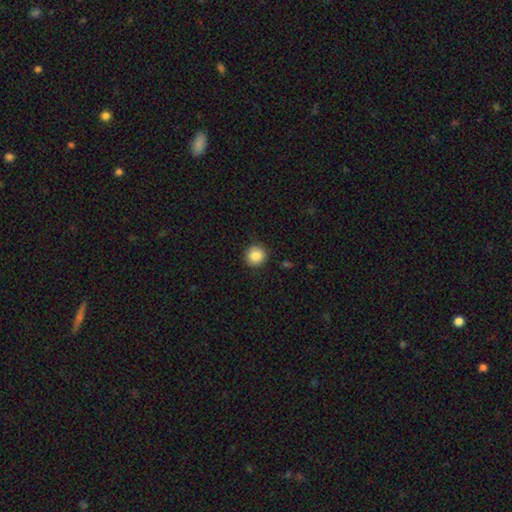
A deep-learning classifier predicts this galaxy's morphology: smooth_or_featured: smooth (p=0.87) [alt: star or artifact p=0.09]
how_rounded: round (p=0.92) [alt: in between p=0.07]
merging: none (p=0.90) [alt: minor disturbance p=0.07]